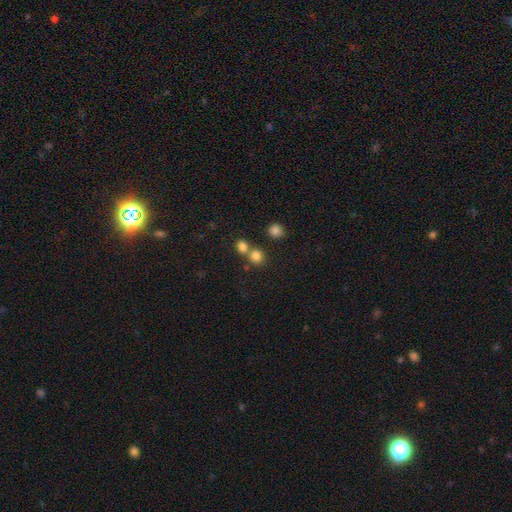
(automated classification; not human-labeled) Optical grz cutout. It shows a smooth galaxy with no disk features (80%) that is round (84%). Merging: none (54%).